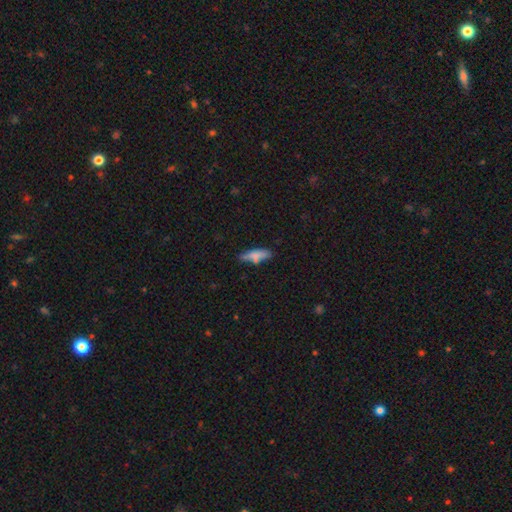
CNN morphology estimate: A smooth galaxy with no disk features (75%) that is cigar-shaped (56%).

Vote fractions:
- Smooth or featured? smooth: 75% / featured or disk: 17% / star or artifact: 8%
- How rounded? cigar-shaped: 56% / in between: 42% / round: 2%
- Merging? none: 65% / minor disturbance: 22% / merger: 8% / major disturbance: 5%